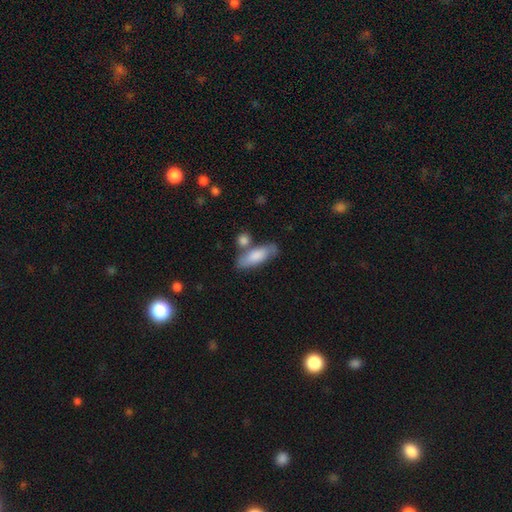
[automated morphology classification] Overall: smooth (78%). How rounded: in between (66%; cigar-shaped 31%). Merging: none (61%).